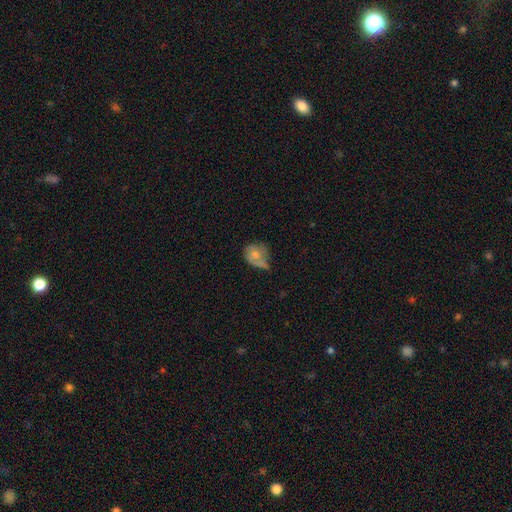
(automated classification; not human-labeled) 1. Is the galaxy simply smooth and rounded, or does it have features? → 62% smooth, 30% featured or disk, 8% star or artifact.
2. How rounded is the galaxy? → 66% round, 33% in between, 1% cigar-shaped.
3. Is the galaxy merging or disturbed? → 36% minor disturbance, 34% none, 22% major disturbance, 8% merger.